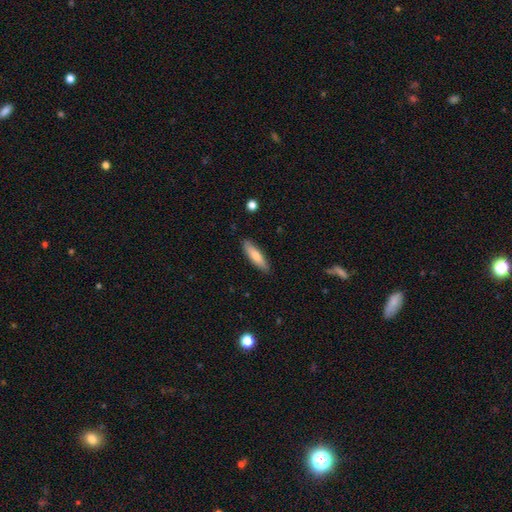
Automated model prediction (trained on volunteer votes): Q: Smooth or featured?
A: smooth (75%); runner-up: featured or disk (19%)
Q: How rounded?
A: cigar-shaped (70%); runner-up: in between (29%)
Q: Merging?
A: none (87%); runner-up: minor disturbance (10%)